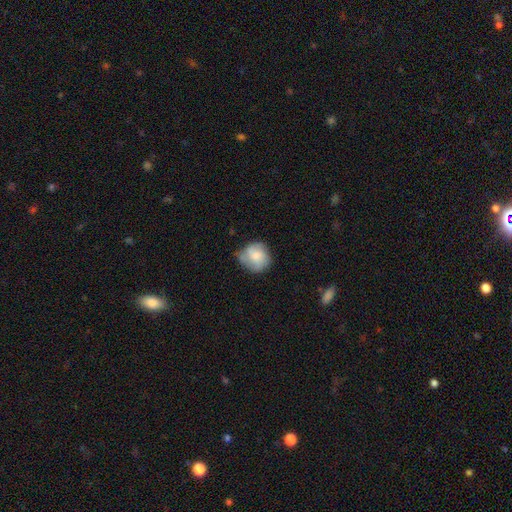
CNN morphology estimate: smooth-or-featured: smooth: 60% | featured or disk: 33% | star or artifact: 7%
  how-rounded: round: 85% | in between: 14% | cigar-shaped: 1%
  merging: none: 60% | minor disturbance: 29% | major disturbance: 8% | merger: 3%